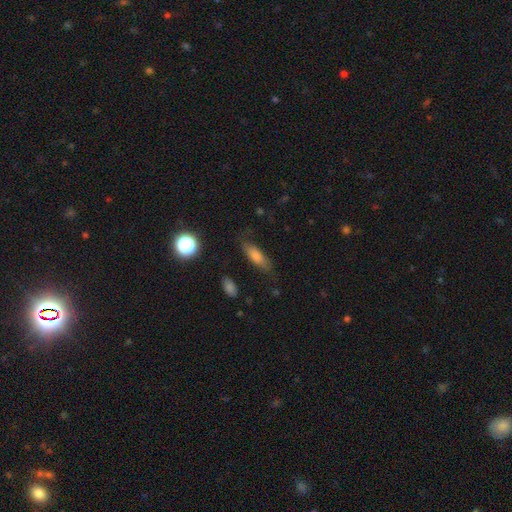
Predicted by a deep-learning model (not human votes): Smooth or featured? Predicted: smooth (p=0.69). How rounded? Predicted: in between (p=0.50). Merging? Predicted: none (p=0.76).